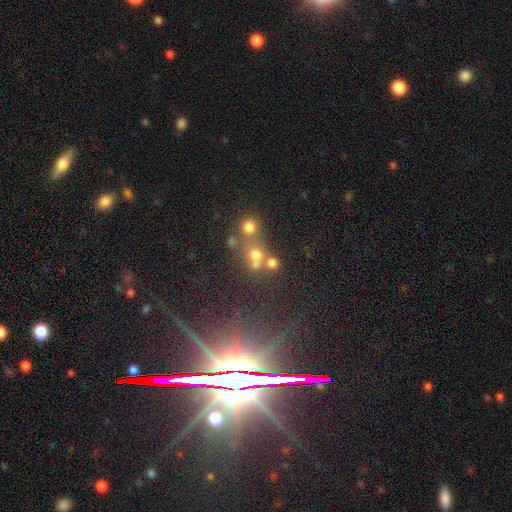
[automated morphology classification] Smooth or featured? smooth (53%)
How rounded? round (83%)
Merging? none (50%)